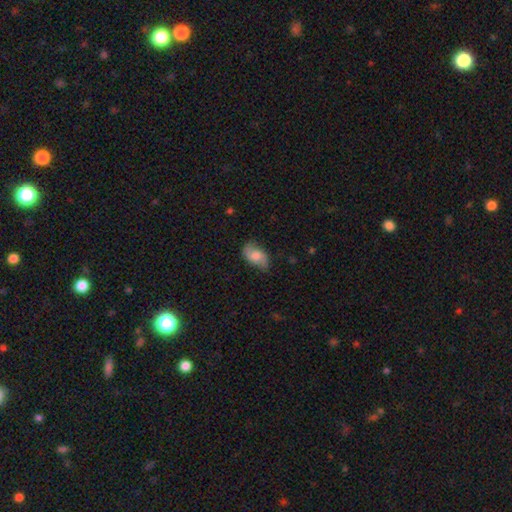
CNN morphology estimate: smooth 60%, featured or disk 33%, star or artifact 7%. Down the decision tree: how rounded — in between (90%); merging — none (68%).